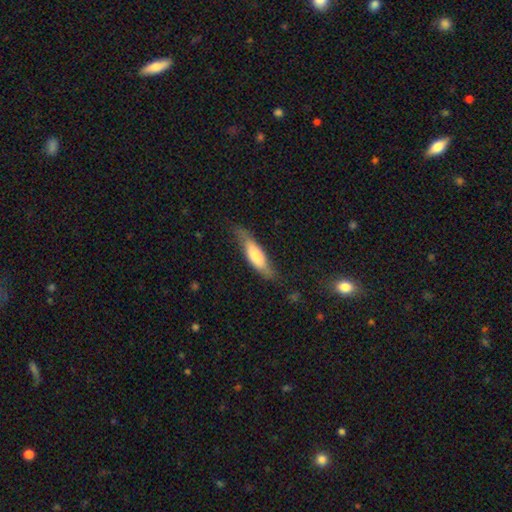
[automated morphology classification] This is likely a smooth galaxy (68%). How rounded: possibly cigar-shaped (55%). Merging: likely none (63%).